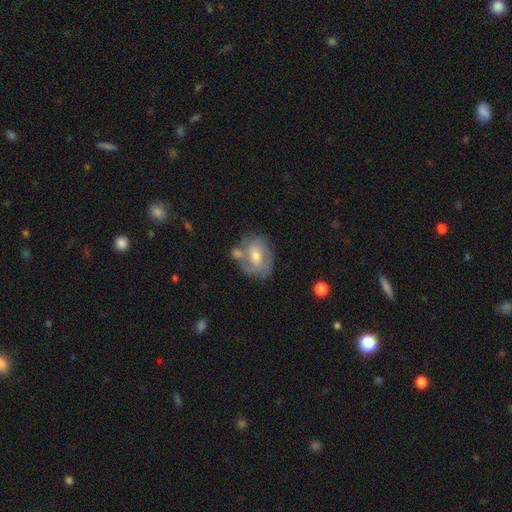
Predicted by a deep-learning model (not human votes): A featured or disk galaxy (66%) with no bar (47%), 2 (35%) tight (45%) spiral arms (80%) and a moderate central bulge (57%).

Vote fractions:
- Smooth or featured? featured or disk: 66% / smooth: 27% / star or artifact: 7%
- Edge-on disk? no: 97% / yes: 3%
- Bar? no: 47% / weak: 43% / strong: 10%
- Spiral arms? yes: 80% / no: 20%
- Spiral winding? tight: 45% / medium: 40% / loose: 14%
- Spiral arm count? 2: 35% / can't tell: 32% / 3: 20% / 1: 5% / 4: 5% / more than 4: 3%
- Bulge size? moderate: 57% / small: 38% / large: 3% / none: 1% / dominant: 1%
- Merging? none: 50% / merger: 22% / minor disturbance: 20% / major disturbance: 9%